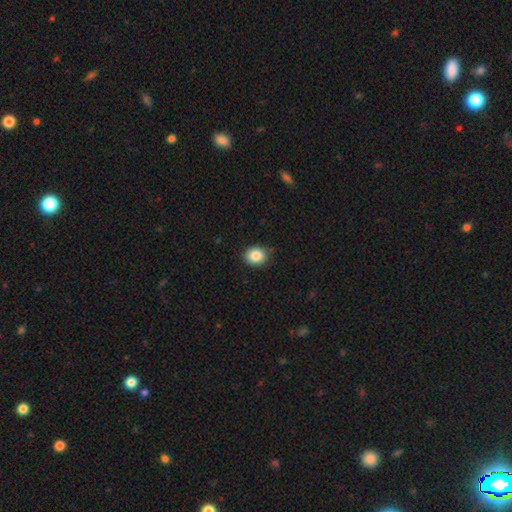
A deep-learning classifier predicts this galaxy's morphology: Overall: smooth (86%). How rounded: round (60%; in between 39%). Merging: none (87%).